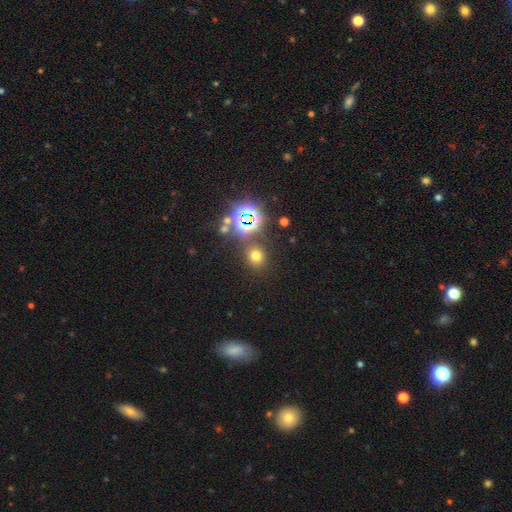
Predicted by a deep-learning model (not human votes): Smooth or featured? Predicted: smooth (p=0.61). How rounded? Predicted: round (p=0.82). Merging? Predicted: none (p=0.79).